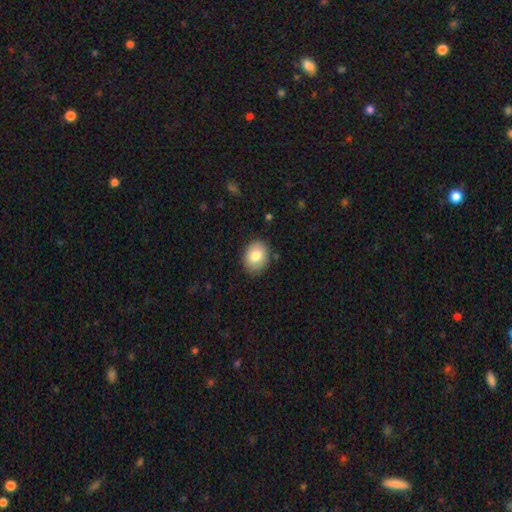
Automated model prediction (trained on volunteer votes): Morphology: type=smooth (79%); roundness=round (57%); merging=none (84%).